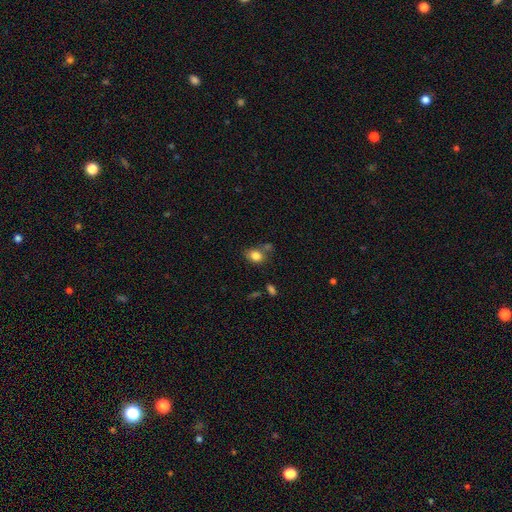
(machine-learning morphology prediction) type=smooth (82%); roundness=in between (60%); merging=none (61%).